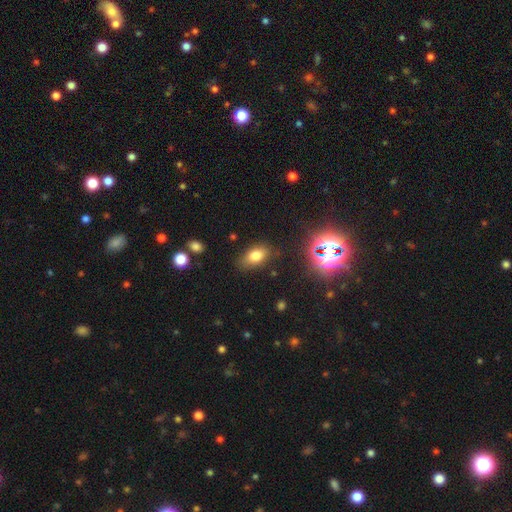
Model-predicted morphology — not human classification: smooth 76%, star or artifact 14%, featured or disk 10%. Down the decision tree: how rounded — in between (88%); merging — none (80%).